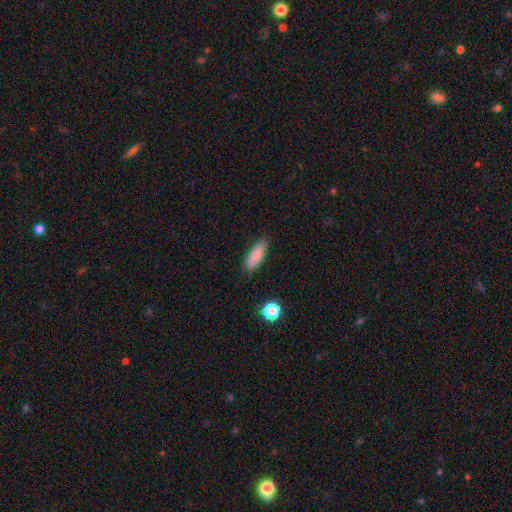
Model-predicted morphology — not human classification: A smooth galaxy with no disk features (84%) that is in between round and cigar-shaped (63%).

Vote fractions:
- Smooth or featured? smooth: 84% / featured or disk: 8% / star or artifact: 7%
- How rounded? in between: 63% / cigar-shaped: 35% / round: 2%
- Merging? none: 84% / minor disturbance: 13% / major disturbance: 2% / merger: 2%